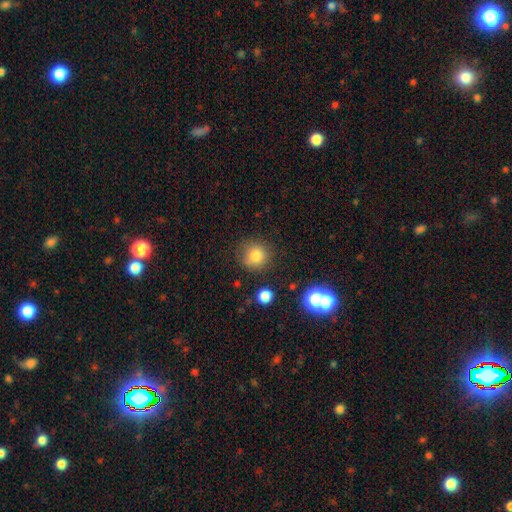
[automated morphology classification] This is clearly a smooth galaxy (81%). How rounded: clearly round (90%). Merging: likely none (78%).